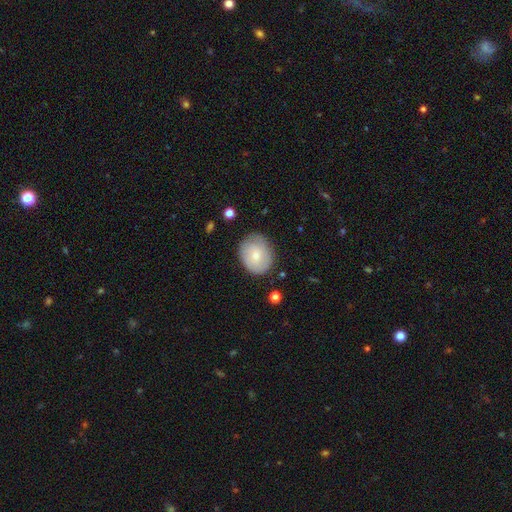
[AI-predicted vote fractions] A smooth galaxy with no disk features (70%) that is round (61%). Merging: none (73%).